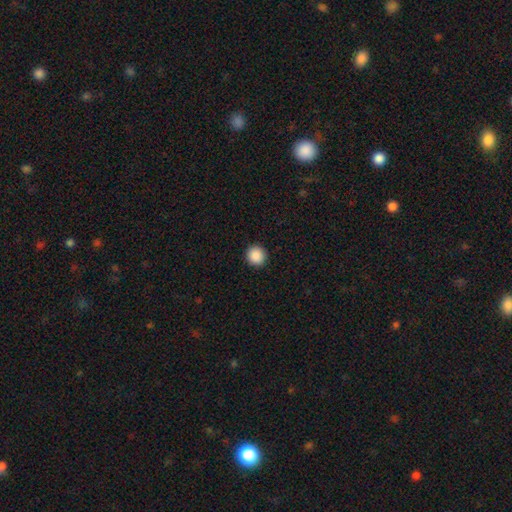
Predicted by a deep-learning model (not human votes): smooth_or_featured: smooth (p=0.89) [alt: star or artifact p=0.08]
how_rounded: round (p=0.95) [alt: in between p=0.04]
merging: none (p=0.93) [alt: minor disturbance p=0.05]